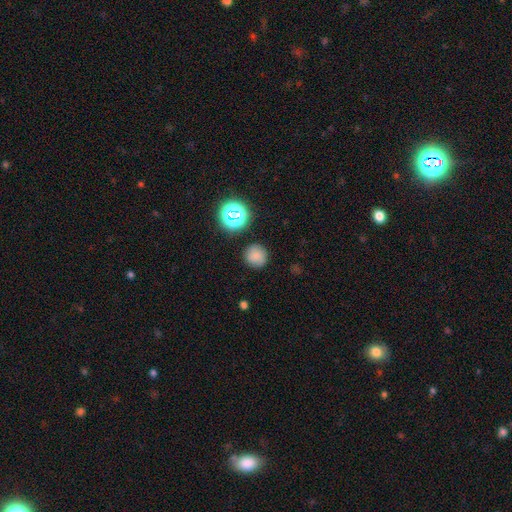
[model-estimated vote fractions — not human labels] This is likely a smooth galaxy (75%). How rounded: clearly round (93%). Merging: clearly none (85%).